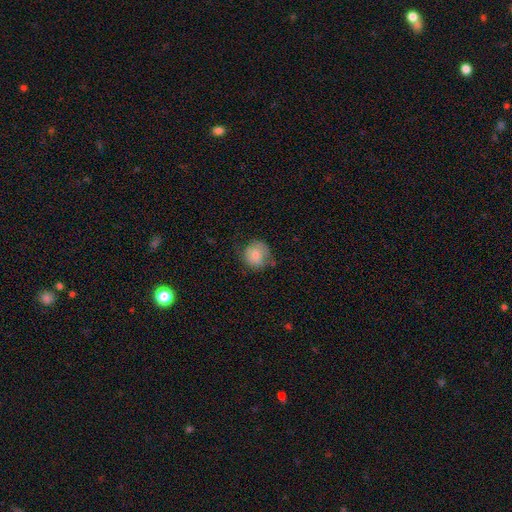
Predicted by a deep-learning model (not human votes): Smooth or featured: smooth — 77% (featured or disk — 14%)
How rounded: round — 87% (in between — 12%)
Merging: none — 64% (minor disturbance — 26%)